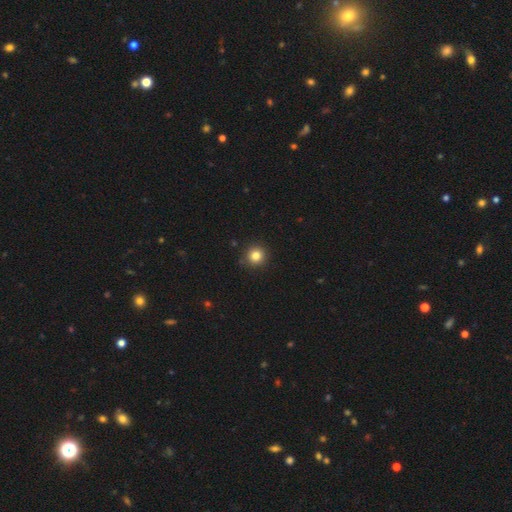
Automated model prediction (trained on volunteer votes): Smooth or featured?
  - smooth: 83% *
  - star or artifact: 12%
  - featured or disk: 6%
How rounded?
  - round: 94% *
  - in between: 5%
  - cigar-shaped: 1%
Merging?
  - none: 89% *
  - minor disturbance: 8%
  - major disturbance: 2%
  - merger: 1%